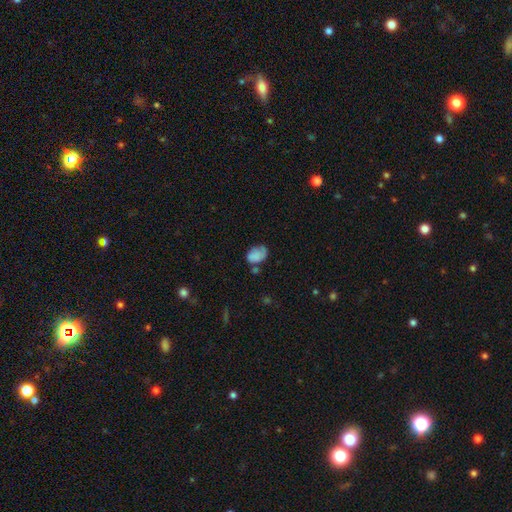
Volunteers were most divided on "merging": none: 45%, minor disturbance: 42%, major disturbance: 11%, merger: 3%. More confident: smooth or featured — smooth (80%); how rounded — in between (78%).